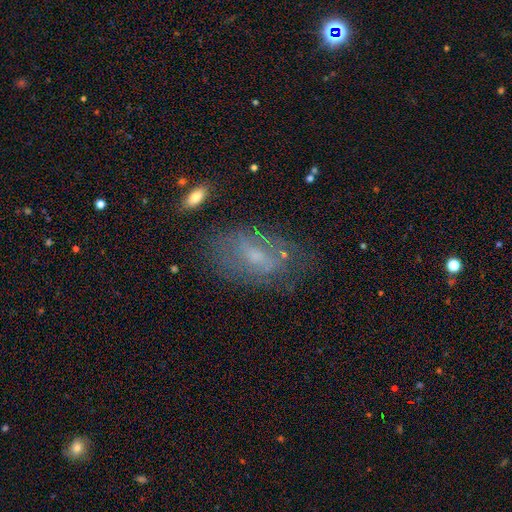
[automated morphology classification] featured or disk 54%, smooth 33%, star or artifact 13%. Down the decision tree: edge-on disk — no (91%); merging — none (58%).